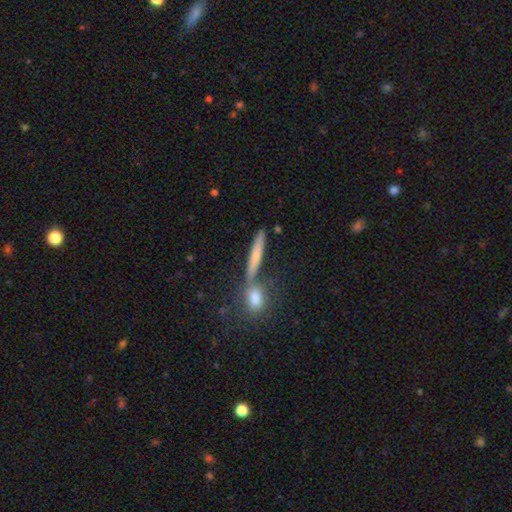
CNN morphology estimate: type=smooth (64%); roundness=cigar-shaped (83%); merging=none (64%).